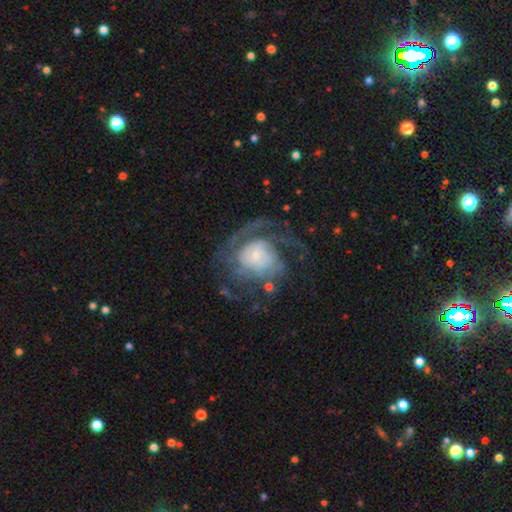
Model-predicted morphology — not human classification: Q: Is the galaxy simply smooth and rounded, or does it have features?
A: featured or disk — 82%.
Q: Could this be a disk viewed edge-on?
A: no — 98%.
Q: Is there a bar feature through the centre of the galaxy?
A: no — 68%.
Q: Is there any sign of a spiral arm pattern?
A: yes — 89%.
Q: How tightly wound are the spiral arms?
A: tight — 41%.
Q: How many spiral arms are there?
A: can't tell — 31%.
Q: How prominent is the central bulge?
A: small — 65%.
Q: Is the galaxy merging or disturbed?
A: none — 50%.